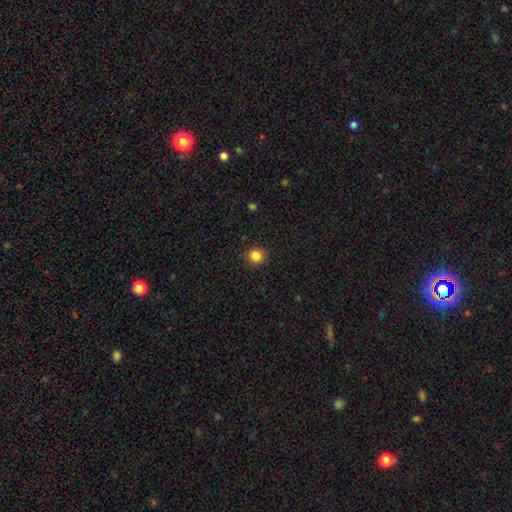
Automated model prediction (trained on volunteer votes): Smooth or featured? Predicted: smooth (p=0.85). How rounded? Predicted: round (p=0.90). Merging? Predicted: none (p=0.90).